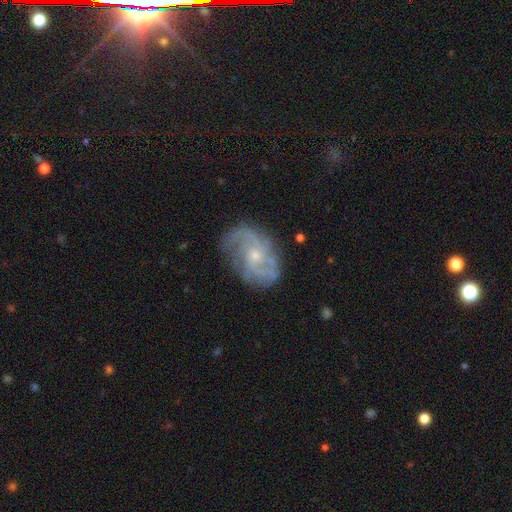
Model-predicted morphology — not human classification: This is clearly a featured or disk galaxy (83%). It is clearly not viewed edge-on (97%). Bar: likely no (70%). Spiral arm pattern: clearly yes (94%). Spiral arm count: marginally 2 (33%). Spiral winding: marginally medium (44%). Central bulge: likely small (62%). Merging: likely none (70%).